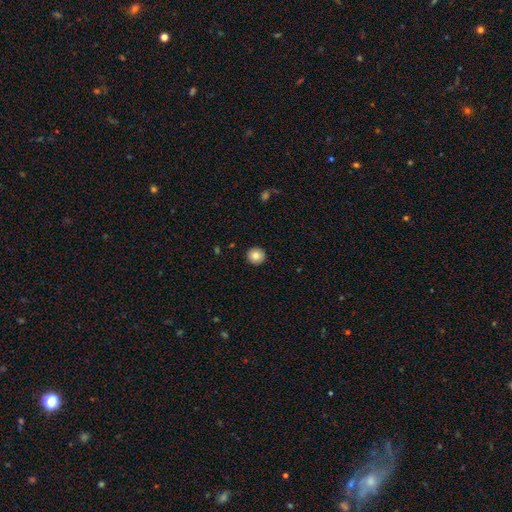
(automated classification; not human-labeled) Morphology: type=smooth (84%); roundness=round (94%); merging=none (93%).